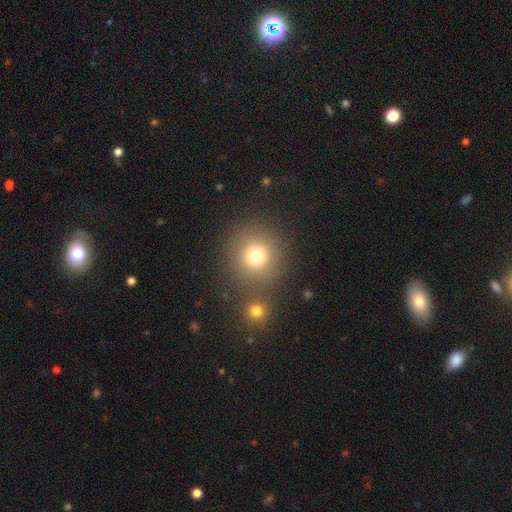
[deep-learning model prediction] Morphology: type=smooth (75%); roundness=round (91%); merging=none (73%).